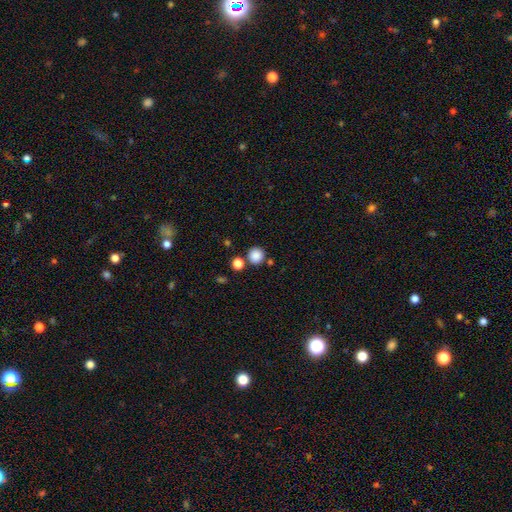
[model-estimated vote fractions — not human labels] smooth-or-featured: smooth: 86% | star or artifact: 11% | featured or disk: 4%
  how-rounded: round: 92% | in between: 7% | cigar-shaped: 1%
  merging: none: 80% | merger: 10% | minor disturbance: 8% | major disturbance: 3%